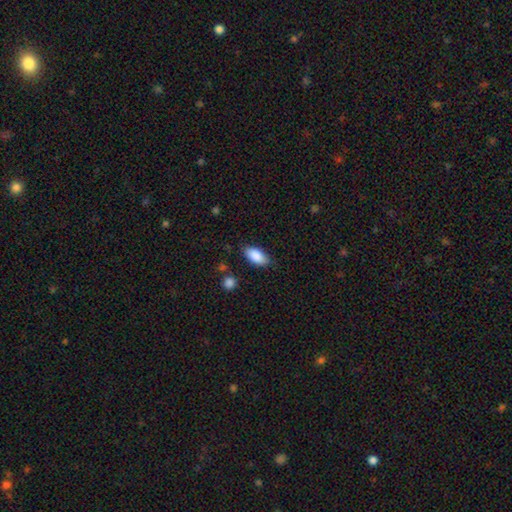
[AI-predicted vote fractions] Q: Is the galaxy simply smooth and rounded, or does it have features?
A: smooth — 88%.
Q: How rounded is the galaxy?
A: in between — 91%.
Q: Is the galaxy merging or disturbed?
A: none — 82%.